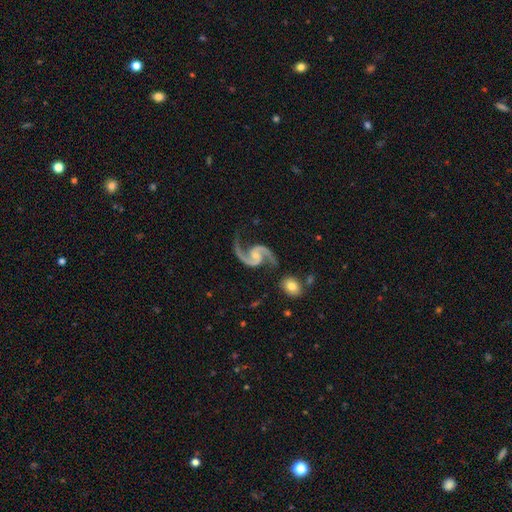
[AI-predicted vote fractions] The model was most divided on "spiral winding": medium: 50%, loose: 43%, tight: 7%. More confident: spiral arms — yes (99%); edge-on disk — no (98%); spiral arm count — 2 (95%); smooth or featured — featured or disk (94%); merging — none (72%); bulge size — small (53%); bar — no (52%).